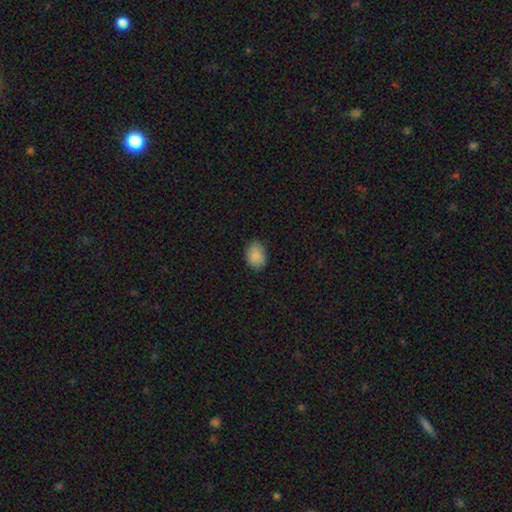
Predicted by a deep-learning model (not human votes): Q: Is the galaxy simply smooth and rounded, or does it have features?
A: smooth — 88%.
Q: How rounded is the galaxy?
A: in between — 61%.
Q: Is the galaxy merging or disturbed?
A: none — 82%.